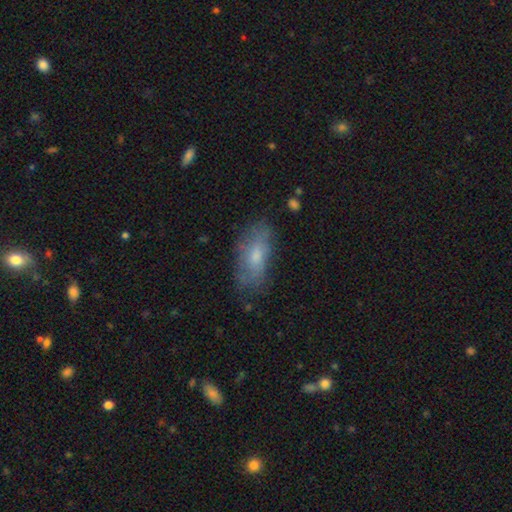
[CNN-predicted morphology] The model was most divided on "smooth or featured": smooth: 61%, featured or disk: 31%, star or artifact: 8%. More confident: how rounded — in between (84%); merging — none (69%).